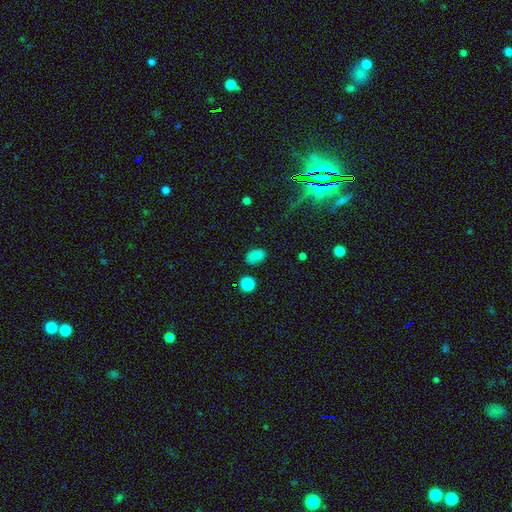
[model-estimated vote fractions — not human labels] A smooth galaxy with no disk features (78%) that is in between round and cigar-shaped (87%). Merging: none (74%).